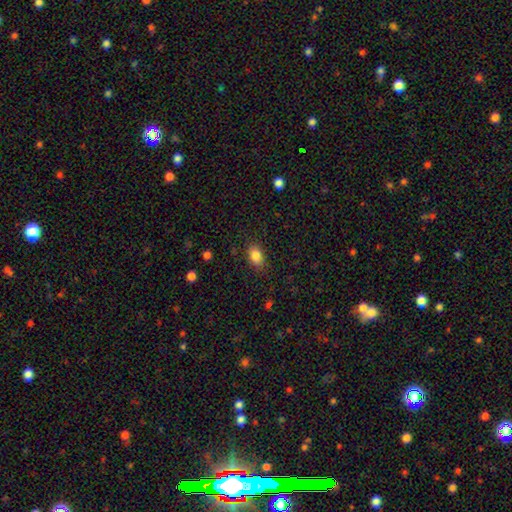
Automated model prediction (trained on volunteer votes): The model was most divided on "how rounded": in between: 83%, round: 15%, cigar-shaped: 2%. More confident: smooth or featured — smooth (85%); merging — none (84%).